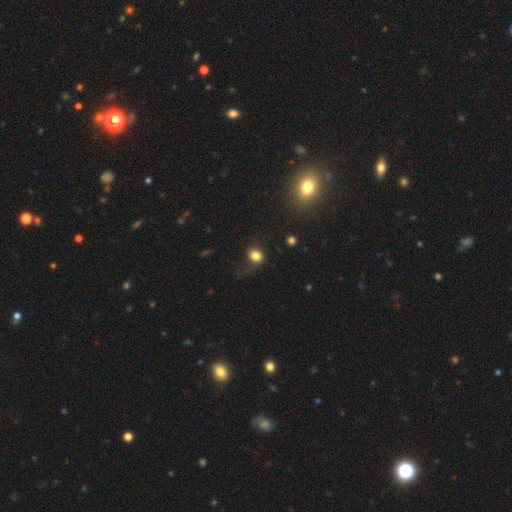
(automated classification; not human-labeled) A smooth galaxy with no disk features (80%) that is round (57%).

Vote fractions:
- Smooth or featured? smooth: 80% / star or artifact: 11% / featured or disk: 9%
- How rounded? round: 57% / in between: 42% / cigar-shaped: 1%
- Merging? none: 51% / major disturbance: 23% / minor disturbance: 23% / merger: 3%